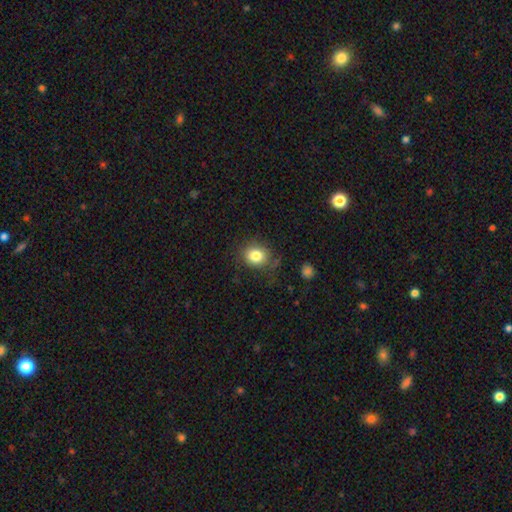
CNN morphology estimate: Smooth or featured? smooth (81%)
How rounded? round (68%)
Merging? none (77%)